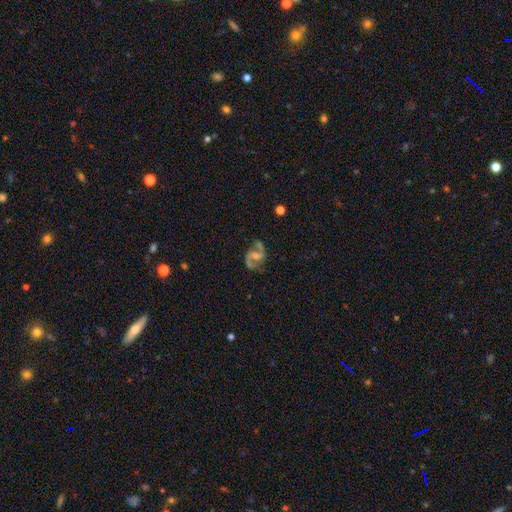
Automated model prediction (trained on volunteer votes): Smooth or featured: featured or disk — 82% (smooth — 10%)
Edge-on disk: no — 98% (yes — 2%)
Bar: weak — 48% (no — 28%)
Spiral arms: yes — 93% (no — 7%)
Spiral winding: medium — 50% (loose — 38%)
Spiral arm count: 2 — 90% (can't tell — 3%)
Bulge size: small — 38% (tied with moderate — 38%)
Merging: none — 61% (minor disturbance — 18%)